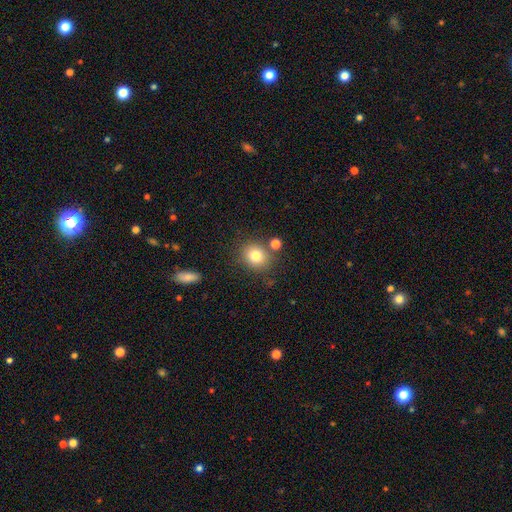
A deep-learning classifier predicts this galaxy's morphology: This is likely a smooth galaxy (80%). How rounded: likely round (75%). Merging: likely none (77%).